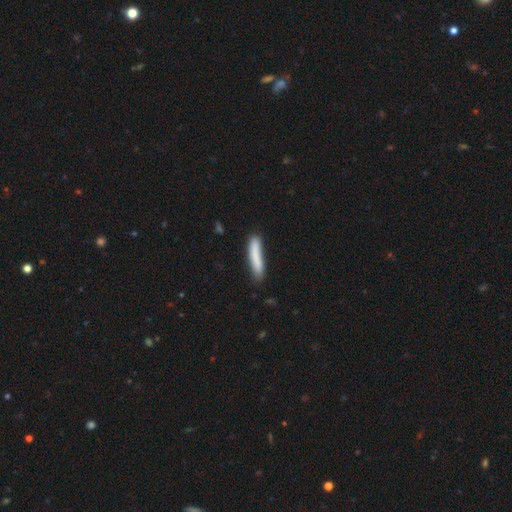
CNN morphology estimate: smooth_or_featured: smooth (p=0.81) [alt: featured or disk p=0.13]
how_rounded: cigar-shaped (p=0.90) [alt: in between p=0.09]
merging: none (p=0.73) [alt: minor disturbance p=0.19]